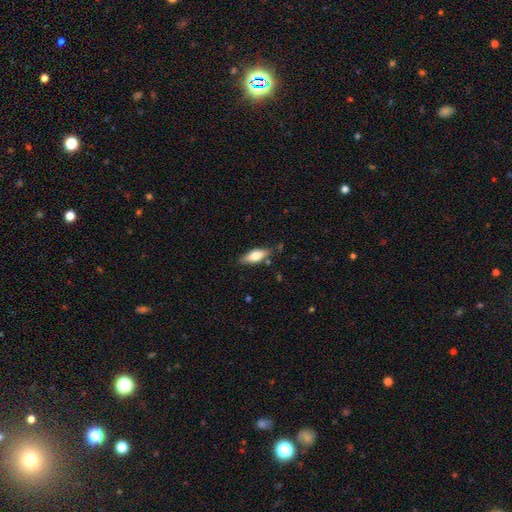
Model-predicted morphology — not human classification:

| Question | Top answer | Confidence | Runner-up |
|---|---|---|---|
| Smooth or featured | smooth | 65% | featured or disk (29%) |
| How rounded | in between | 69% | cigar-shaped (28%) |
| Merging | none | 79% | minor disturbance (16%) |